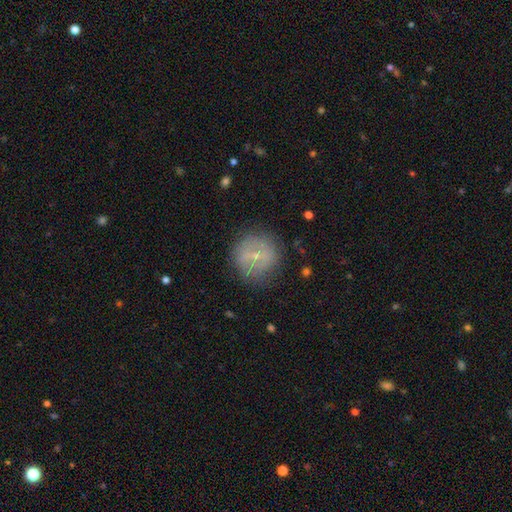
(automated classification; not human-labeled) smooth_or_featured: smooth (p=0.48) [alt: featured or disk p=0.40]
merging: none (p=0.78) [alt: minor disturbance p=0.15]